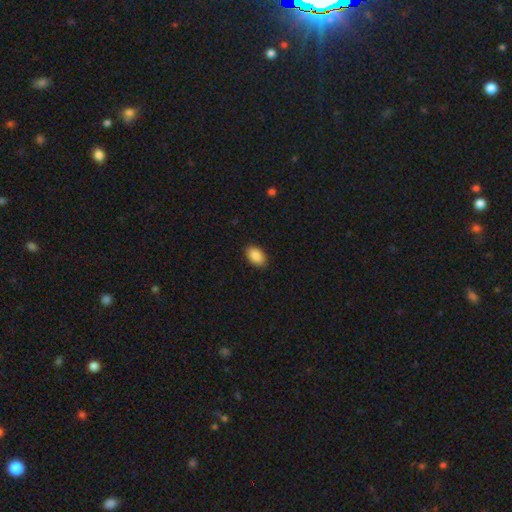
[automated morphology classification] This is clearly a smooth galaxy (89%). How rounded: clearly in between (92%). Merging: clearly none (89%).